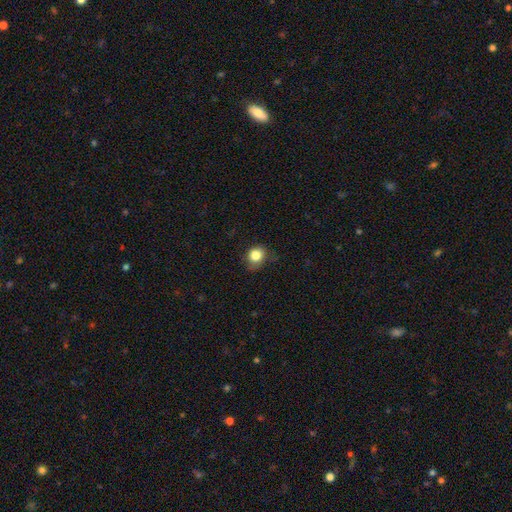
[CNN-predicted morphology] The model was most divided on "merging": none: 66%, minor disturbance: 26%, major disturbance: 7%, merger: 1%. More confident: smooth or featured — smooth (84%); how rounded — round (73%).